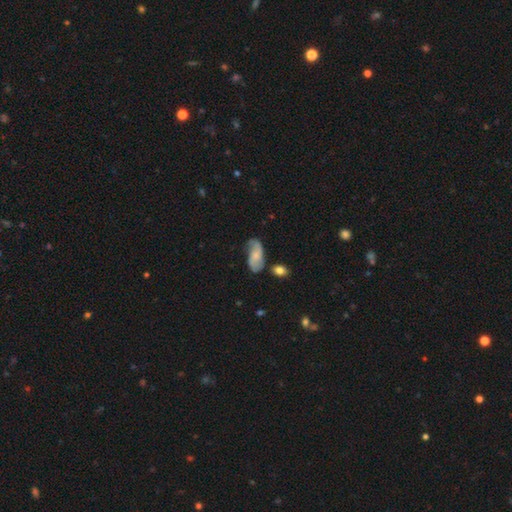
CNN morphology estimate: smooth_or_featured: featured or disk (p=0.49) [alt: smooth p=0.44]
merging: none (p=0.57) [alt: minor disturbance p=0.26]